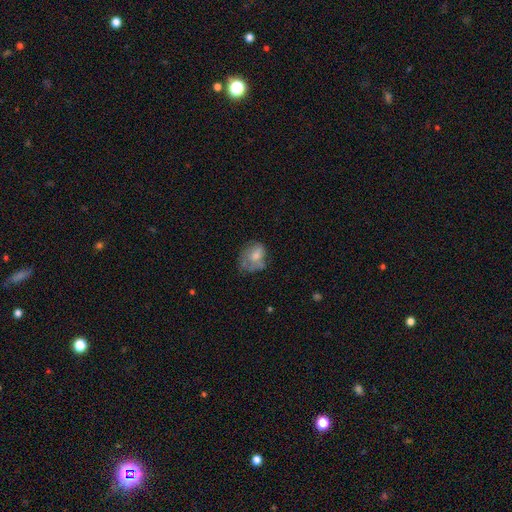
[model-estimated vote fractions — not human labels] The model was most divided on "merging": none: 43%, minor disturbance: 29%, major disturbance: 23%, merger: 5%. More confident: how rounded — in between (61%); smooth or featured — smooth (51%).